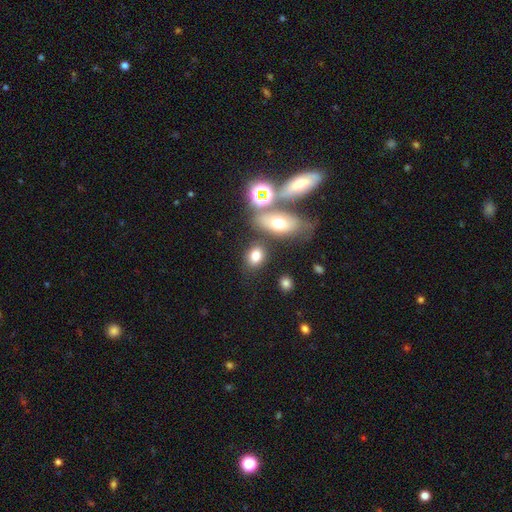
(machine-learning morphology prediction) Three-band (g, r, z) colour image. It shows a smooth galaxy with no disk features (76%) that is in between round and cigar-shaped (61%). Merging: none (70%).